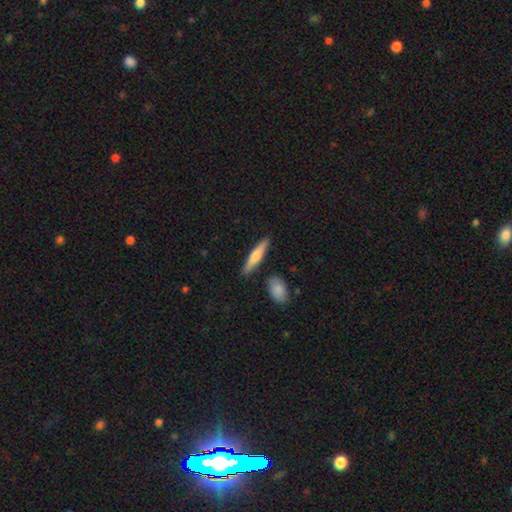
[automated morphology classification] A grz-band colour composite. It shows a smooth galaxy with no disk features (62%) that is cigar-shaped (81%). Merging: none (85%).